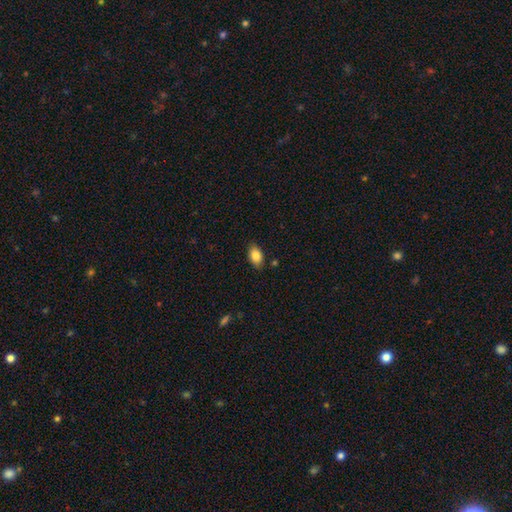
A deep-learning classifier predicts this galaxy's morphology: Smooth or featured? smooth (85%)
How rounded? in between (91%)
Merging? none (85%)